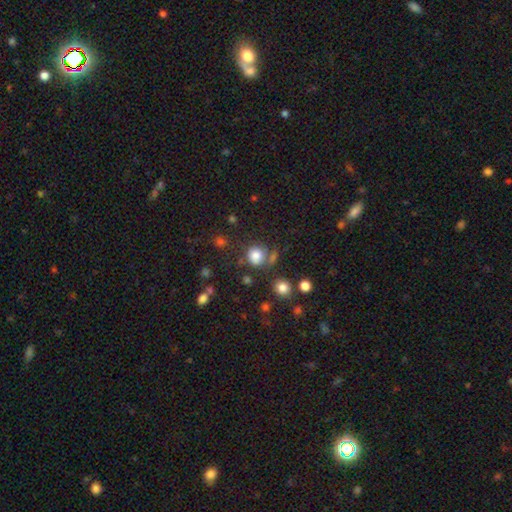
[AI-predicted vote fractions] Overall: smooth (80%). How rounded: round (85%). Merging: none (65%).